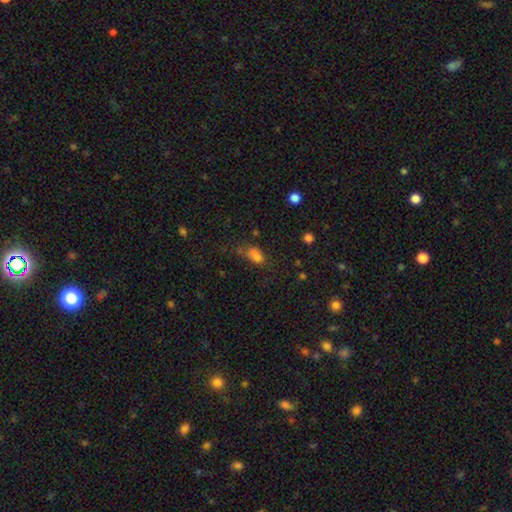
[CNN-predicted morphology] Overall: smooth (73%). How rounded: in between (76%). Merging: none (40%; minor disturbance 27%).